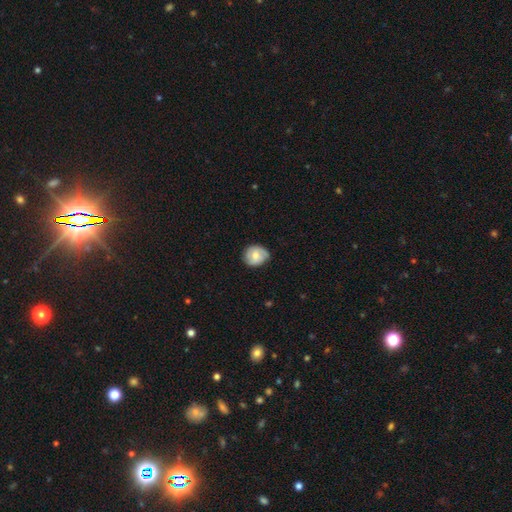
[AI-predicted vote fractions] A smooth galaxy with no disk features (54%) that is round (74%). Merging: none (74%).